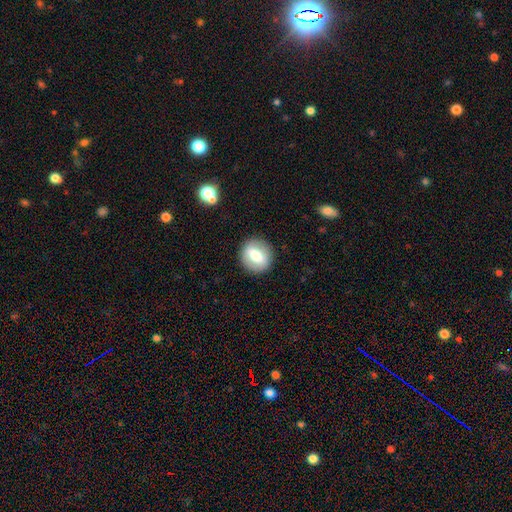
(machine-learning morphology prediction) Q: Smooth or featured?
A: smooth (60%); runner-up: featured or disk (32%)
Q: How rounded?
A: round (77%); runner-up: in between (21%)
Q: Merging?
A: none (89%); runner-up: minor disturbance (7%)